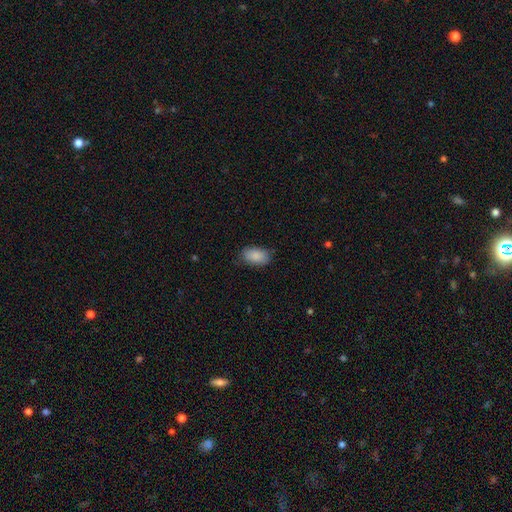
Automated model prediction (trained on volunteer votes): Morphology: type=smooth (88%); roundness=in between (93%); merging=none (80%).